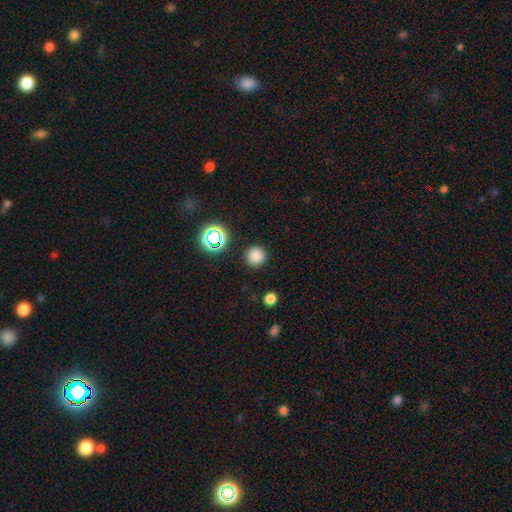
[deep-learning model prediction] Smooth or featured? Predicted: smooth (p=0.78). How rounded? Predicted: round (p=0.95). Merging? Predicted: none (p=0.90).